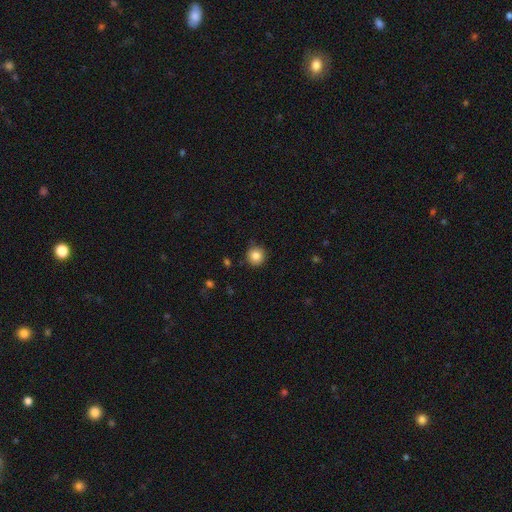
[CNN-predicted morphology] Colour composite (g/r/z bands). It shows a smooth galaxy with no disk features (84%) that is round (94%). Merging: none (86%).